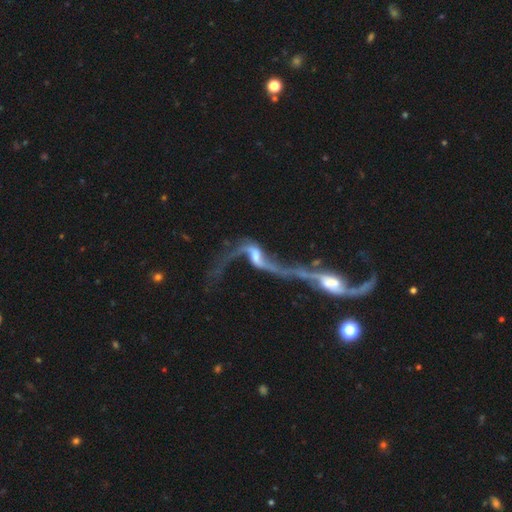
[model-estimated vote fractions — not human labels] featured or disk 82%, smooth 10%, star or artifact 8%. Down the decision tree: edge-on disk — no (89%); bar — no (39%, tied with weak); spiral arms — yes (84%); spiral arm count — 2 (84%); spiral winding — loose (93%); bulge size — none (31%); merging — merger (68%).